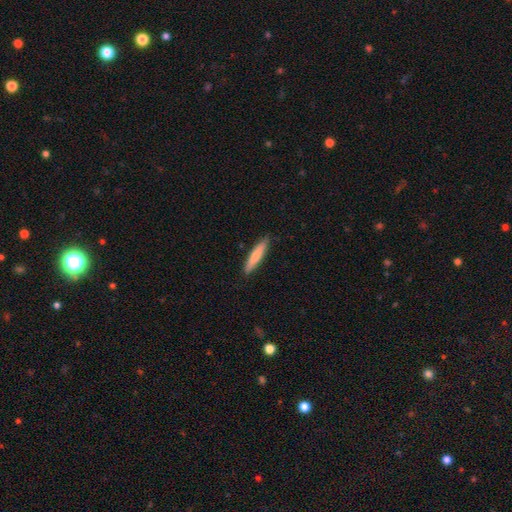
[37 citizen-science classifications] A smooth galaxy with no disk features (78%) that is cigar-shaped (86%).

Vote fractions:
- Smooth or featured? smooth: 78% / featured or disk: 19% / star or artifact: 3%
- How rounded? cigar-shaped: 86% / in between: 10% / round: 3%
- Merging? none: 75% / minor disturbance: 25% / major disturbance: 0% / merger: 0%